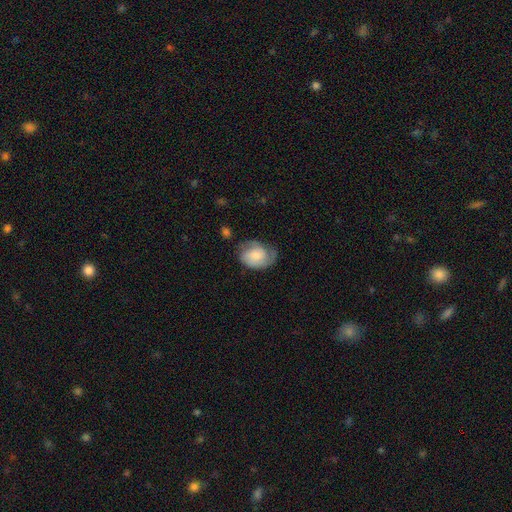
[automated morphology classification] This appears to be a featured or disk galaxy (51%). Merging: none (52%).